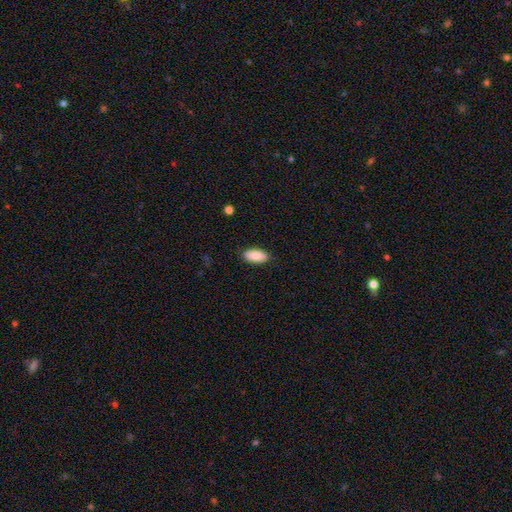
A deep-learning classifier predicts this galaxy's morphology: A smooth galaxy with no disk features (88%) that is in between round and cigar-shaped (92%).

Vote fractions:
- Smooth or featured? smooth: 88% / featured or disk: 6% / star or artifact: 6%
- How rounded? in between: 92% / cigar-shaped: 6% / round: 2%
- Merging? none: 88% / minor disturbance: 9% / major disturbance: 2% / merger: 1%